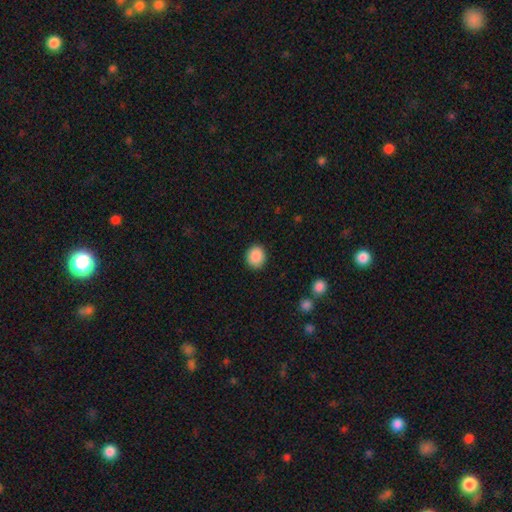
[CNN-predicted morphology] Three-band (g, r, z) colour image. It shows a smooth galaxy with no disk features (89%) that is round (70%). Merging: none (90%).